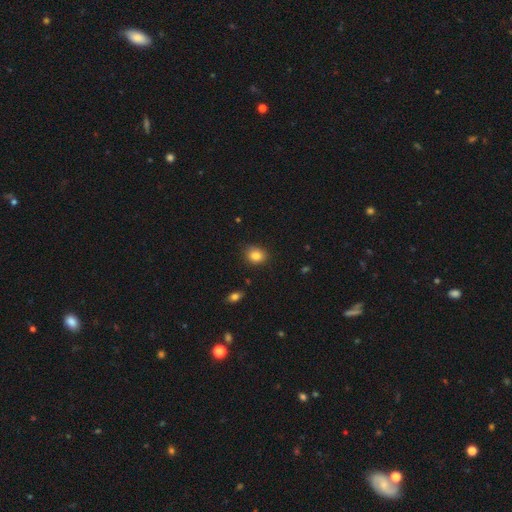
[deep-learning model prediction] Overall: smooth (85%). How rounded: round (54%; in between 45%). Merging: none (82%).